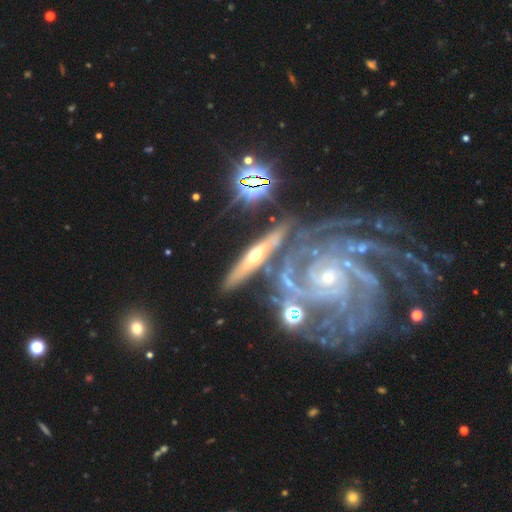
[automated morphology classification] This is likely a featured or disk galaxy (72%). It is likely viewed edge-on (60%). Merging: possibly none (55%).